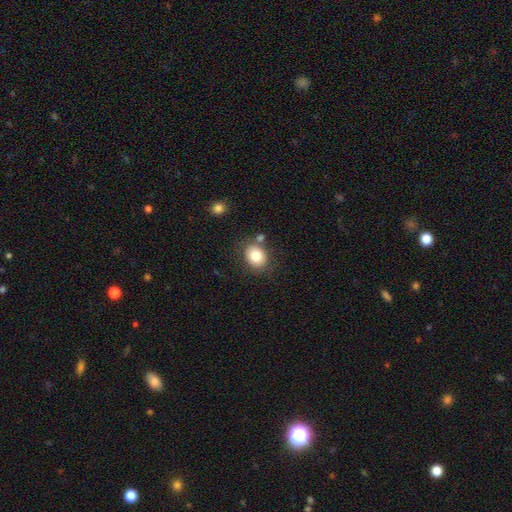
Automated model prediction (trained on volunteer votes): Q: Smooth or featured?
A: smooth (81%); runner-up: featured or disk (10%)
Q: How rounded?
A: round (56%); runner-up: in between (43%)
Q: Merging?
A: none (75%); runner-up: minor disturbance (12%)